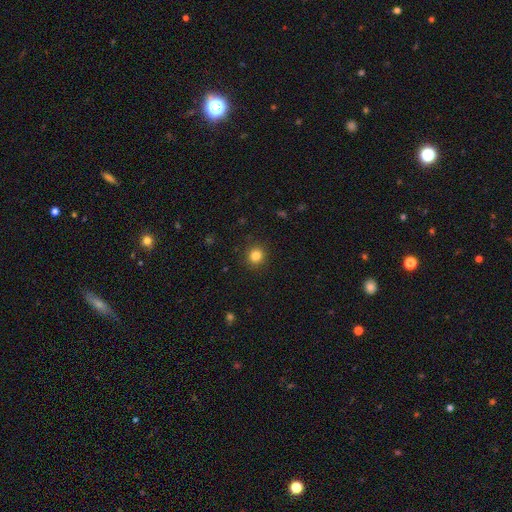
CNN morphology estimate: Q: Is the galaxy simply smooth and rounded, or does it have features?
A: smooth — 83%.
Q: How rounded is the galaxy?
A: round — 90%.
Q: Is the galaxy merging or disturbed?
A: none — 91%.